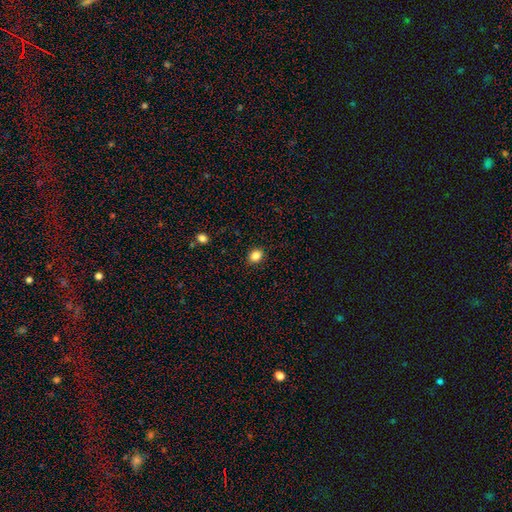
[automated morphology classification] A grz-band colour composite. It shows a smooth galaxy with no disk features (85%) that is round (52%). Merging: none (89%).